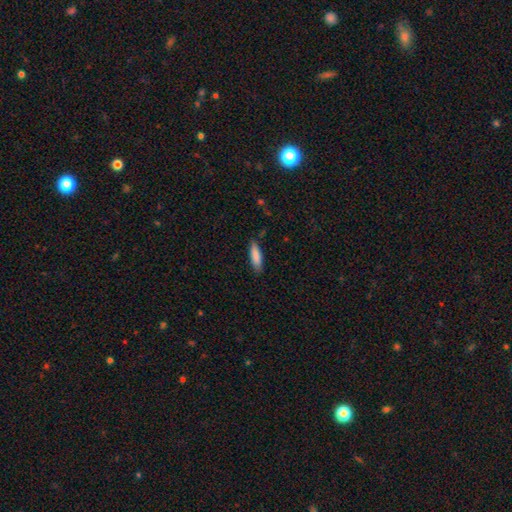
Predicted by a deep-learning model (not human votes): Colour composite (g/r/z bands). It shows a smooth galaxy with no disk features (86%) that is cigar-shaped (59%). Merging: none (83%).